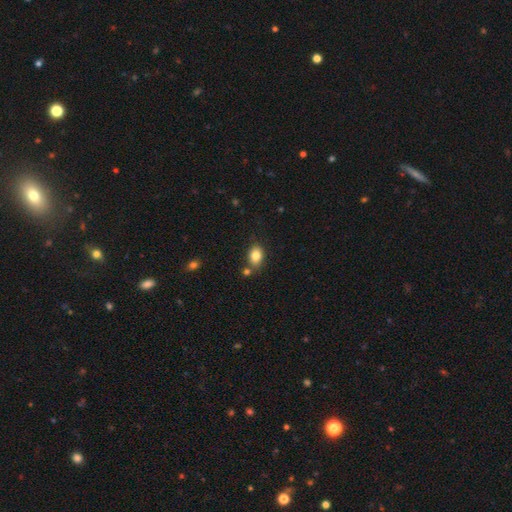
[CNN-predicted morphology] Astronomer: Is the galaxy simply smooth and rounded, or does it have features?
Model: smooth — 83%.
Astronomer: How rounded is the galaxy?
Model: in between — 74%.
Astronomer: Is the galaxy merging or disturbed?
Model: none — 72%.